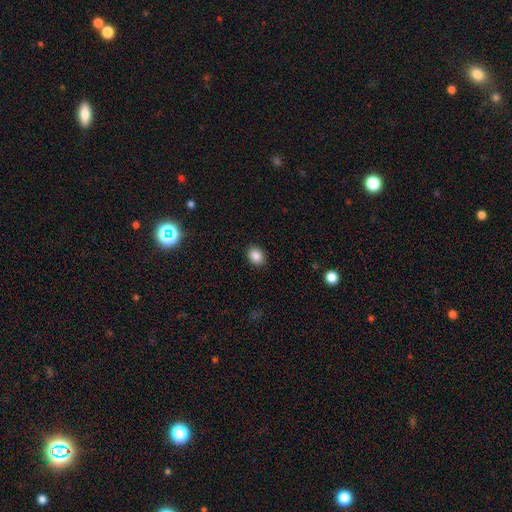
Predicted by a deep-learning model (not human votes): Smooth or featured: smooth — 86% (star or artifact — 10%)
How rounded: in between — 62% (round — 37%)
Merging: none — 89% (minor disturbance — 8%)